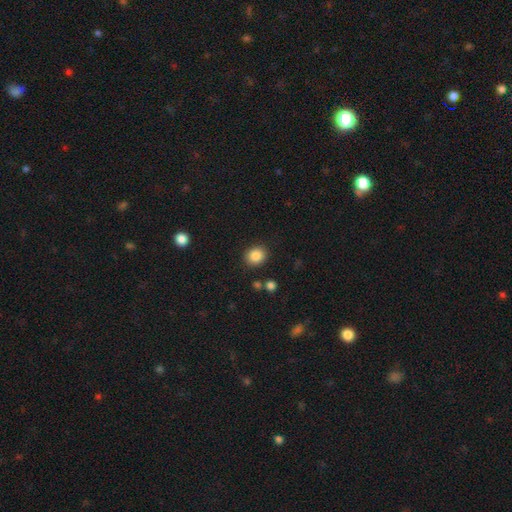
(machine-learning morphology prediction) type=smooth (86%); roundness=round (71%); merging=none (87%).